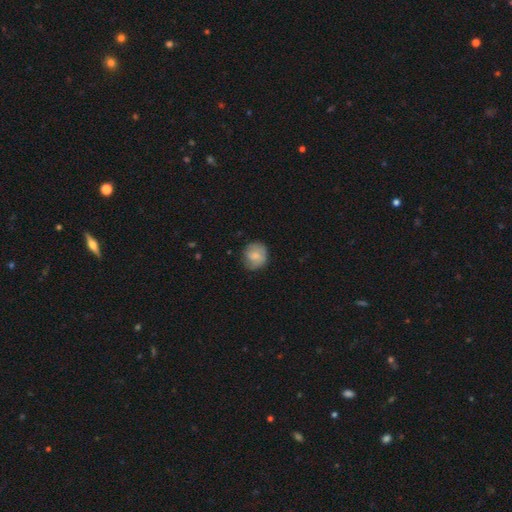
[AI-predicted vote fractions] A smooth galaxy with no disk features (74%) that is round (81%). Merging: none (72%).